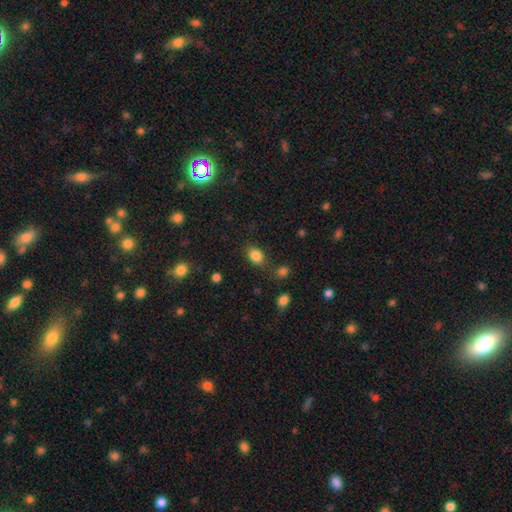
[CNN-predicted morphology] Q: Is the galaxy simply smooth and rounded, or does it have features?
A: smooth — 84%.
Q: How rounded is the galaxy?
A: in between — 67%.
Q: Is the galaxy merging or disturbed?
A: none — 72%.